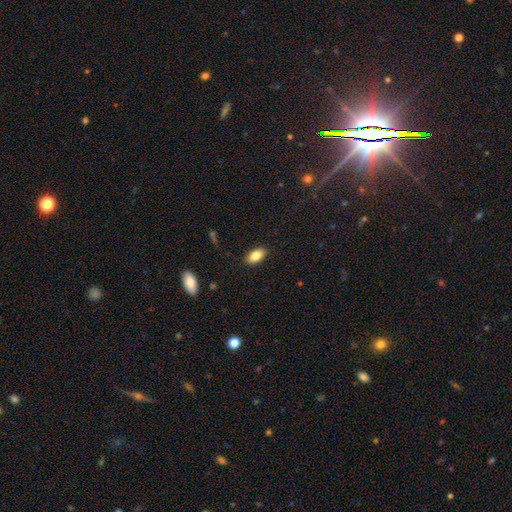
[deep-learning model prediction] This is clearly a smooth galaxy (82%). How rounded: clearly in between (92%). Merging: clearly none (89%).